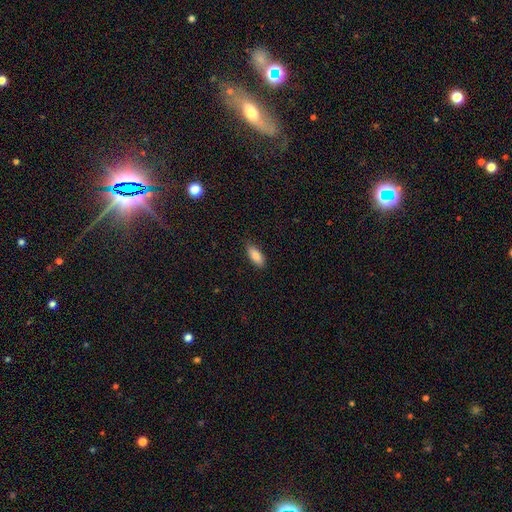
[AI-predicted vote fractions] smooth_or_featured: smooth (p=0.86) [alt: featured or disk p=0.08]
how_rounded: in between (p=0.82) [alt: cigar-shaped p=0.16]
merging: none (p=0.82) [alt: minor disturbance p=0.14]